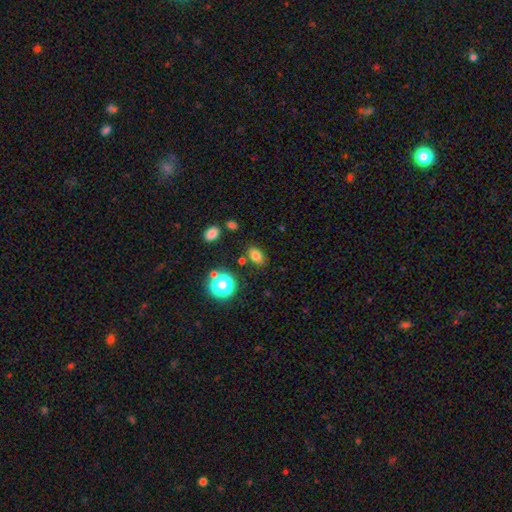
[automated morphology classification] Smooth or featured? Predicted: smooth (p=0.75). How rounded? Predicted: in between (p=0.79). Merging? Predicted: none (p=0.80).